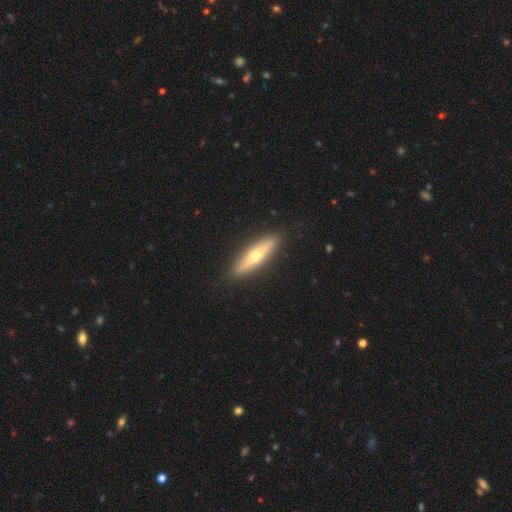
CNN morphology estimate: Smooth or featured?
  - smooth: 48% *
  - featured or disk: 47%
  - star or artifact: 5%
Merging?
  - none: 90% *
  - minor disturbance: 7%
  - major disturbance: 2%
  - merger: 1%